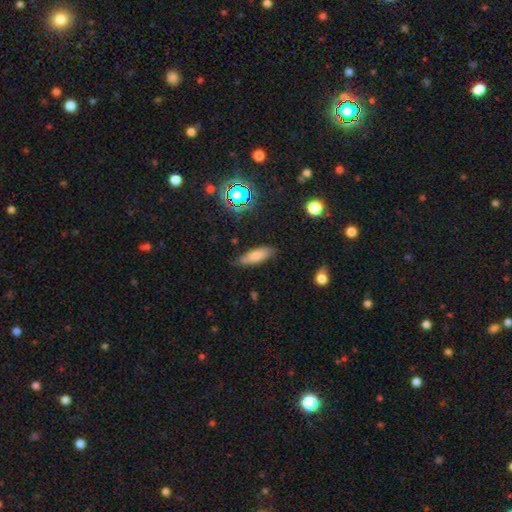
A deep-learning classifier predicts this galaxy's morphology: smooth_or_featured: smooth (p=0.75) [alt: featured or disk p=0.16]
how_rounded: in between (p=0.54) [alt: cigar-shaped p=0.44]
merging: none (p=0.79) [alt: minor disturbance p=0.16]